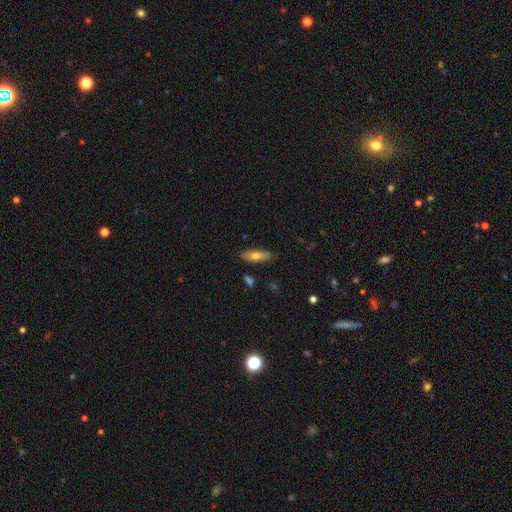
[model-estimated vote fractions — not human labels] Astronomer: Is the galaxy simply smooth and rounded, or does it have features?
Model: smooth — 68%.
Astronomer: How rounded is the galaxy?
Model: in between — 57% (runner-up: cigar-shaped, 41%).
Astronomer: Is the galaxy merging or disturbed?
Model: none — 84%.